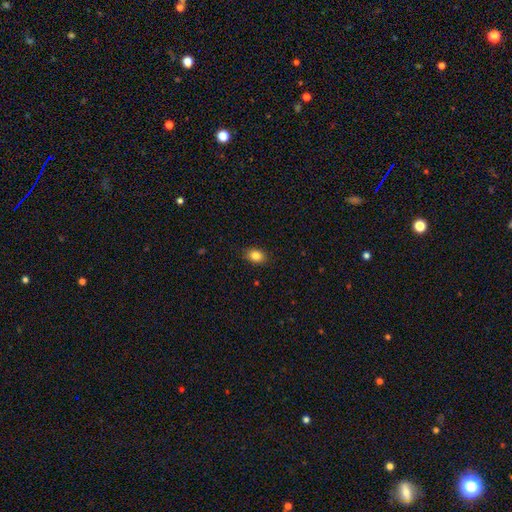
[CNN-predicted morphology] This appears to be a smooth galaxy with no disk features (85%) that is in between round and cigar-shaped (72%). Merging: none (87%).